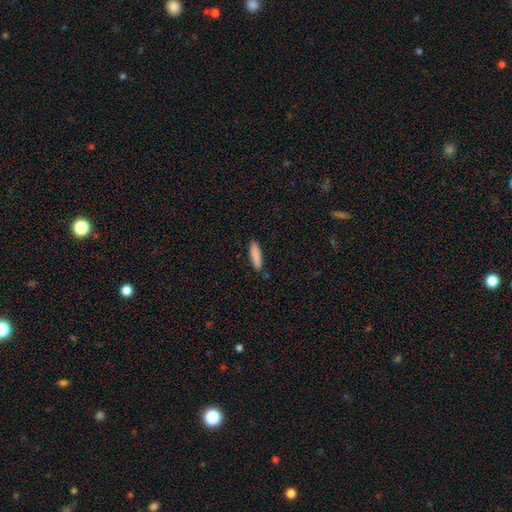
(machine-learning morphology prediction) This appears to be a smooth galaxy with no disk features (87%) that is cigar-shaped (74%). Merging: none (87%).